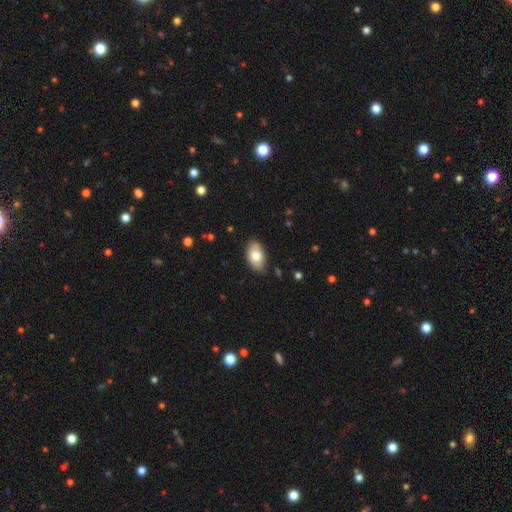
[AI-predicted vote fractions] A smooth galaxy with no disk features (76%) that is in between round and cigar-shaped (92%).

Vote fractions:
- Smooth or featured? smooth: 76% / featured or disk: 17% / star or artifact: 7%
- How rounded? in between: 92% / round: 6% / cigar-shaped: 1%
- Merging? none: 81% / minor disturbance: 15% / major disturbance: 2% / merger: 1%